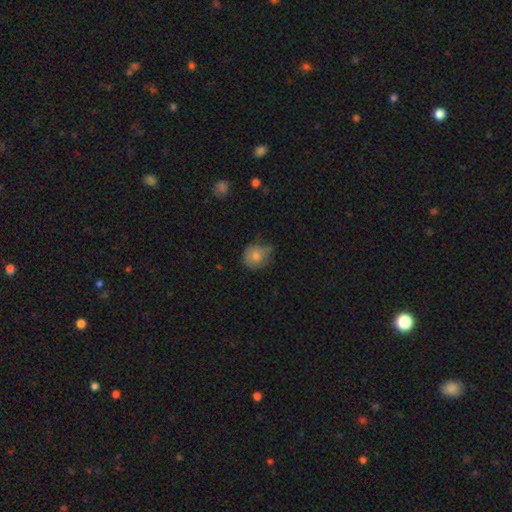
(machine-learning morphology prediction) A smooth galaxy with no disk features (74%) that is round (74%). Merging: none (54%).